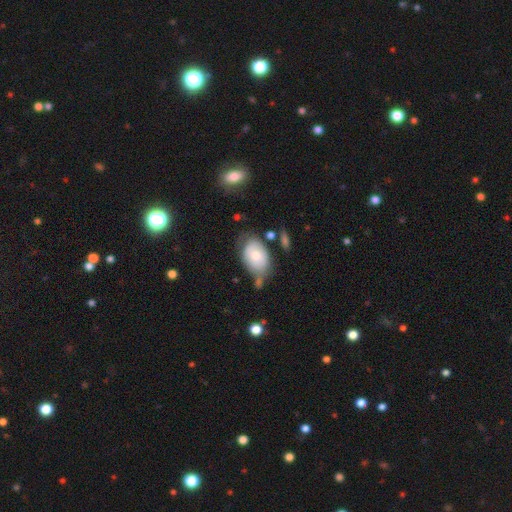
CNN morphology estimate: Q: Smooth or featured?
A: smooth (67%); runner-up: featured or disk (26%)
Q: How rounded?
A: in between (82%); runner-up: round (17%)
Q: Merging?
A: none (46%); runner-up: minor disturbance (31%)